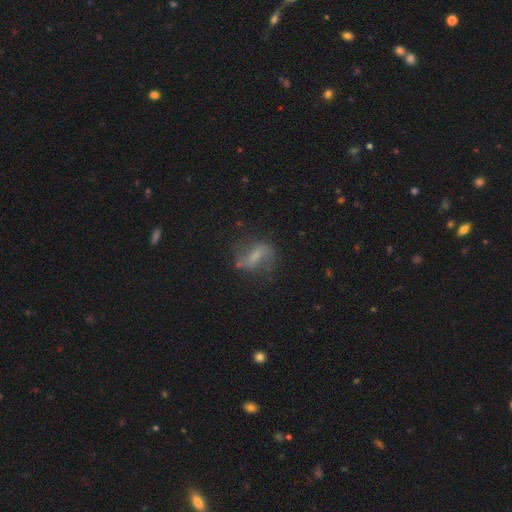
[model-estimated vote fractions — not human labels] Smooth or featured: featured or disk — 53% (smooth — 35%)
Edge-on disk: no — 90% (yes — 10%)
Merging: none — 61% (minor disturbance — 22%)